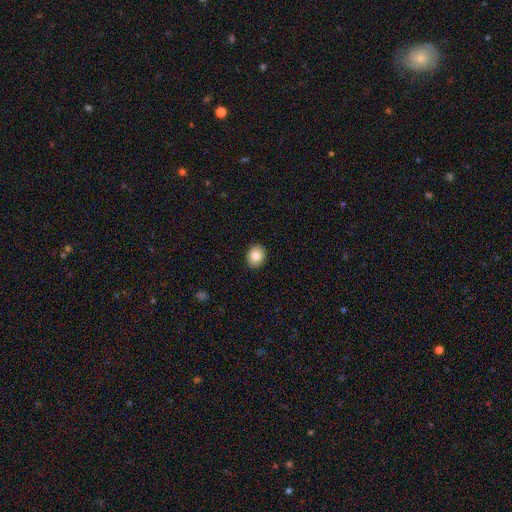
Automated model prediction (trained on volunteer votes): Q: Smooth or featured?
A: smooth (84%); runner-up: star or artifact (8%)
Q: How rounded?
A: round (60%); runner-up: in between (39%)
Q: Merging?
A: none (90%); runner-up: minor disturbance (7%)